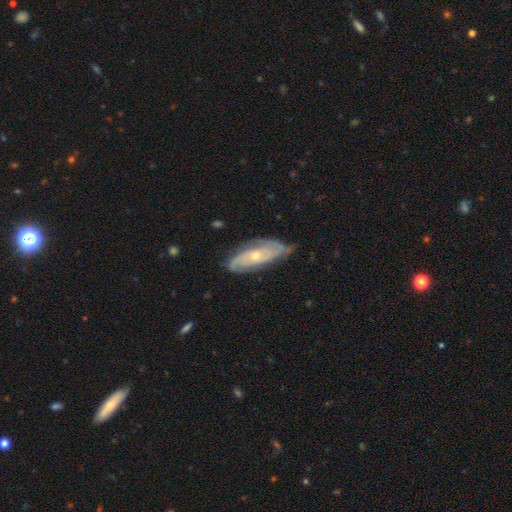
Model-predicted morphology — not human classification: Smooth or featured? Predicted: featured or disk (p=0.76). Edge-on disk? Predicted: no (p=0.85). Bar? Predicted: no (p=0.71). Spiral arms? Predicted: yes (p=0.90). Spiral winding? Predicted: tight (p=0.56). Spiral arm count? Predicted: 2 (p=0.37). Bulge size? Predicted: small (p=0.55). Merging? Predicted: none (p=0.71).